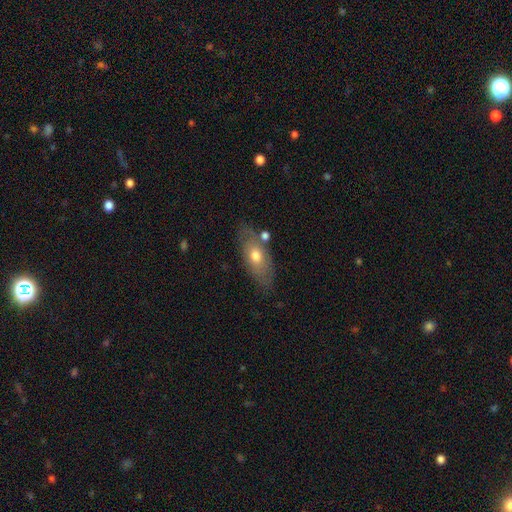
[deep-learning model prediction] smooth 60%, featured or disk 33%, star or artifact 7%. Down the decision tree: how rounded — in between (83%); merging — none (69%).